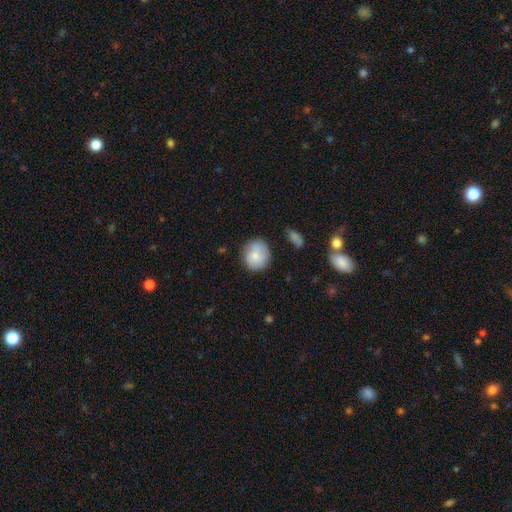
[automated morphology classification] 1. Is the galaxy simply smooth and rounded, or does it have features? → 76% smooth, 17% featured or disk, 7% star or artifact.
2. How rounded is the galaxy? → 85% round, 14% in between, 1% cigar-shaped.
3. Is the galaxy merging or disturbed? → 74% none, 18% minor disturbance, 4% major disturbance, 3% merger.